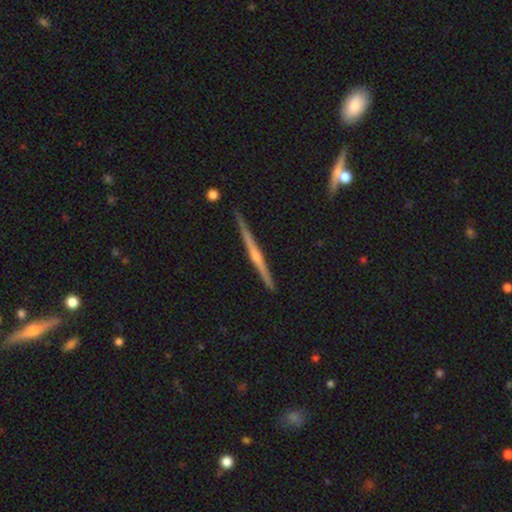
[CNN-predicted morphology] smooth_or_featured: featured or disk (p=0.82) [alt: smooth p=0.12]
disk_edge_on: yes (p=0.98) [alt: no p=0.02]
edge_on_bulge: rounded (p=0.78) [alt: none p=0.16]
merging: none (p=0.90) [alt: minor disturbance p=0.07]